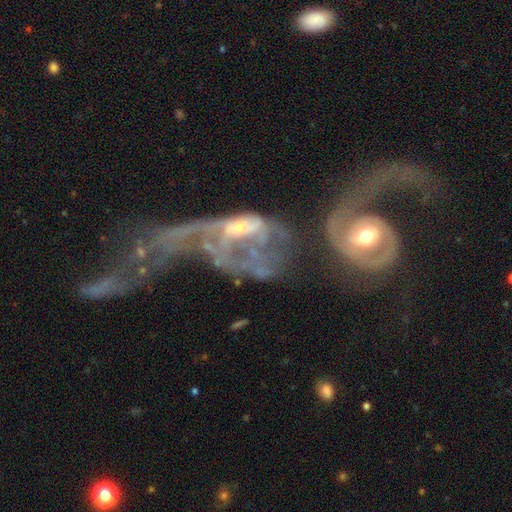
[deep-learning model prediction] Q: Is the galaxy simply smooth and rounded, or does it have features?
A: featured or disk — 77%.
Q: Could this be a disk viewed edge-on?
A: no — 93%.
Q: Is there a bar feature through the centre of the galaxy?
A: no — 62%.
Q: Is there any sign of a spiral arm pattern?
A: yes — 67%.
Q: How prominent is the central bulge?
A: moderate — 54%.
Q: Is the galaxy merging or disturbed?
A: merger — 57%.